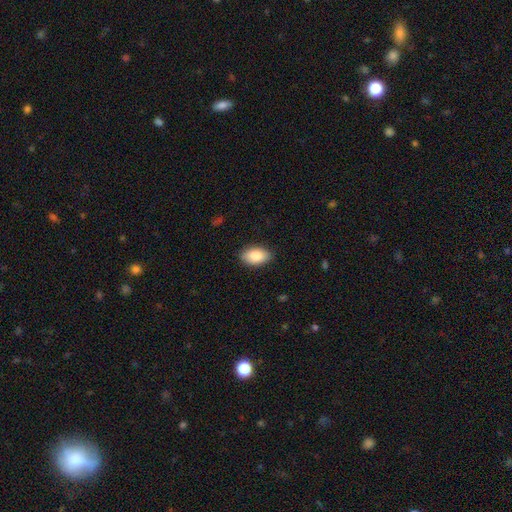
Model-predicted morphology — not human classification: Overall: smooth (85%). How rounded: in between (93%). Merging: none (87%).